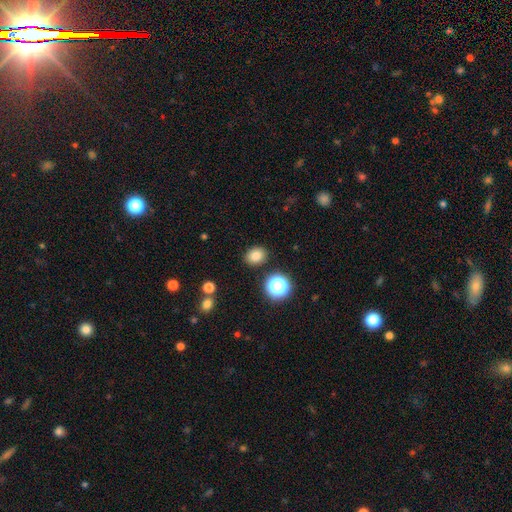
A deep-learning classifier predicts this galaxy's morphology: smooth 81%, star or artifact 13%, featured or disk 5%. Down the decision tree: how rounded — round (51%); merging — none (87%).